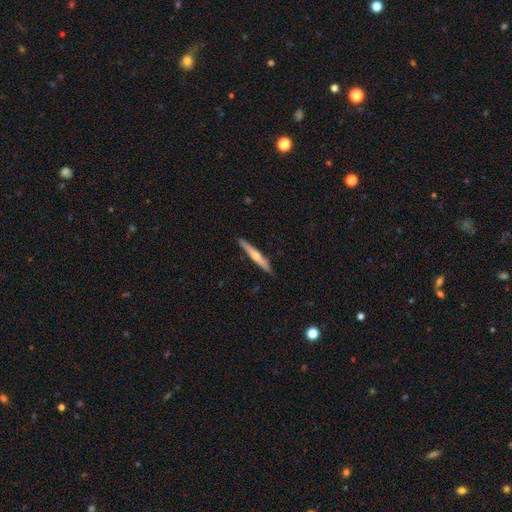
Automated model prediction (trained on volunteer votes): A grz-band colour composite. It shows a featured or disk galaxy (49%). Merging: none (89%).